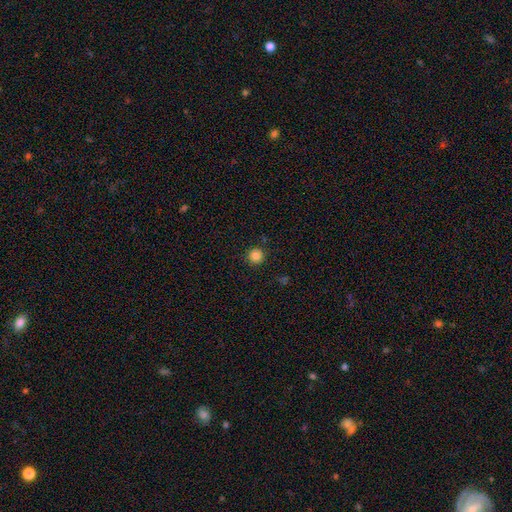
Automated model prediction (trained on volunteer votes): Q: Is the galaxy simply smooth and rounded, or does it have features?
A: smooth — 84%.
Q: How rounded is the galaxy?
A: round — 95%.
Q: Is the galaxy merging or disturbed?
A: none — 90%.